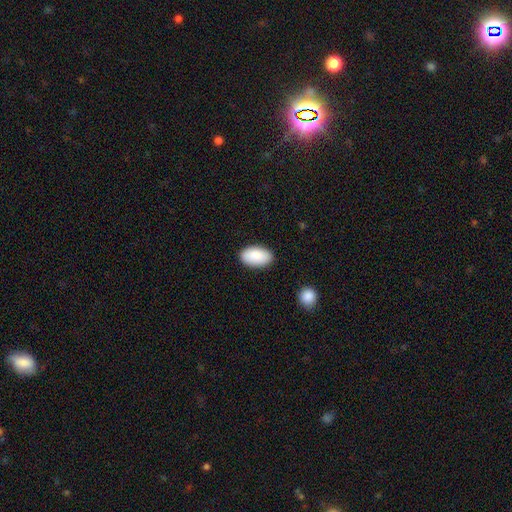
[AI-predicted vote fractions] Overall: smooth (89%). How rounded: in between (95%). Merging: none (88%).